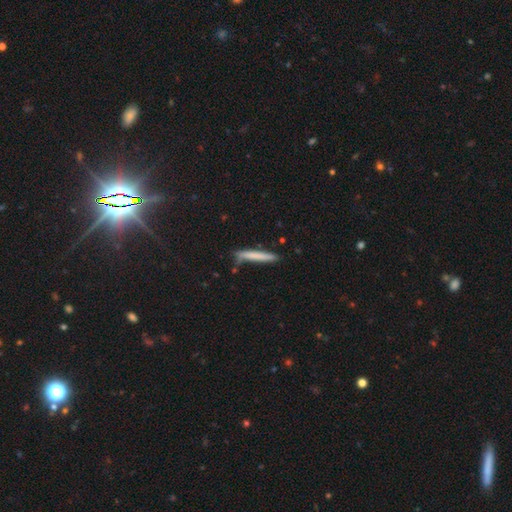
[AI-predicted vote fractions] smooth_or_featured: smooth (p=0.73) [alt: featured or disk p=0.21]
how_rounded: cigar-shaped (p=0.95) [alt: in between p=0.03]
merging: none (p=0.75) [alt: minor disturbance p=0.17]